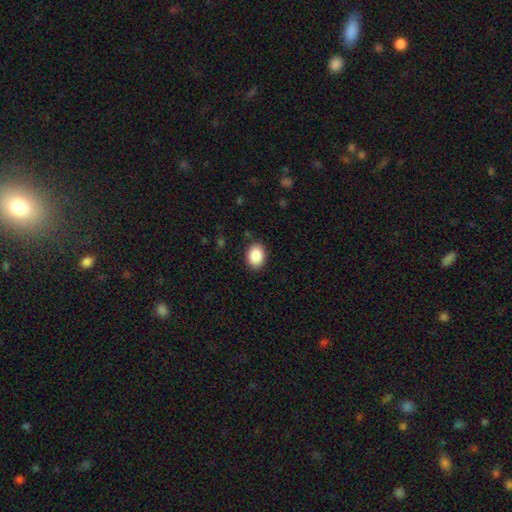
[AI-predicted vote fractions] Smooth or featured? Predicted: smooth (p=0.88). How rounded? Predicted: in between (p=0.63). Merging? Predicted: none (p=0.87).